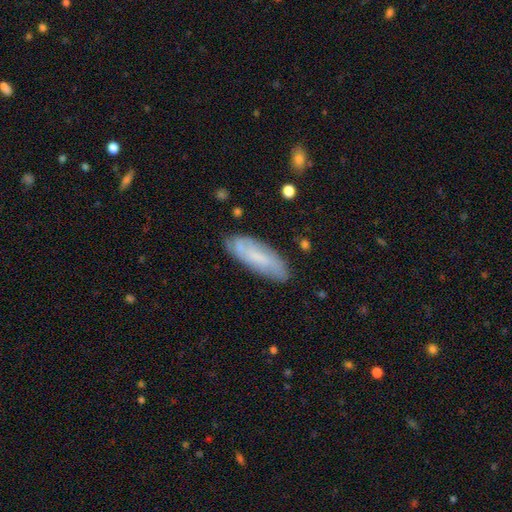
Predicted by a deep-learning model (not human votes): Smooth or featured? Predicted: smooth (p=0.55). How rounded? Predicted: in between (p=0.57). Merging? Predicted: none (p=0.78).